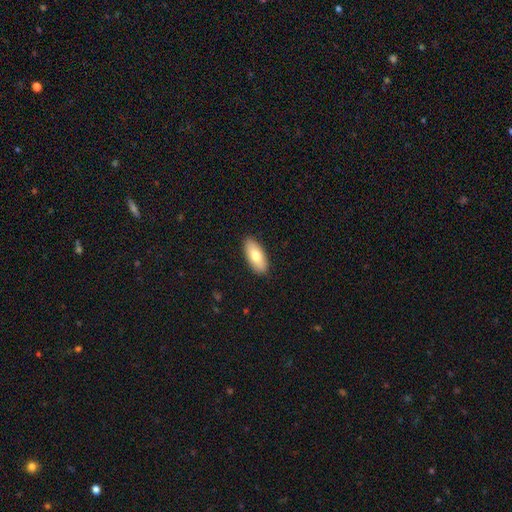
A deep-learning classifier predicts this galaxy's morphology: smooth 75%, featured or disk 19%, star or artifact 6%. Down the decision tree: how rounded — in between (88%); merging — none (89%).